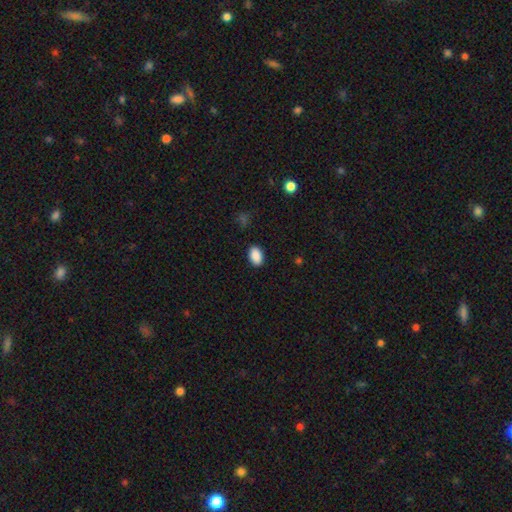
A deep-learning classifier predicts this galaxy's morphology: Smooth or featured? smooth (90%)
How rounded? in between (90%)
Merging? none (89%)